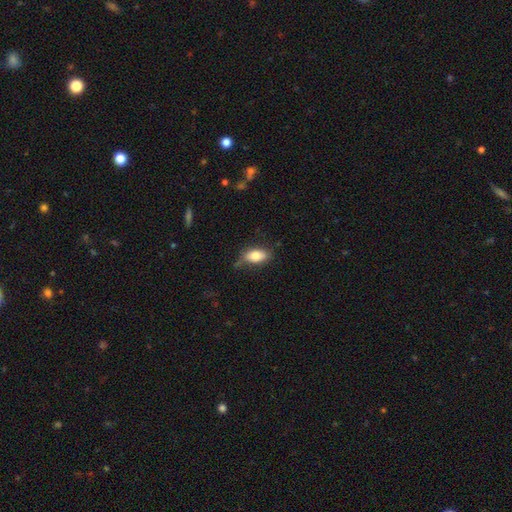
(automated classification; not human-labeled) A smooth galaxy with no disk features (76%) that is in between round and cigar-shaped (89%).

Vote fractions:
- Smooth or featured? smooth: 76% / featured or disk: 17% / star or artifact: 7%
- How rounded? in between: 89% / round: 7% / cigar-shaped: 4%
- Merging? none: 55% / minor disturbance: 31% / major disturbance: 11% / merger: 3%